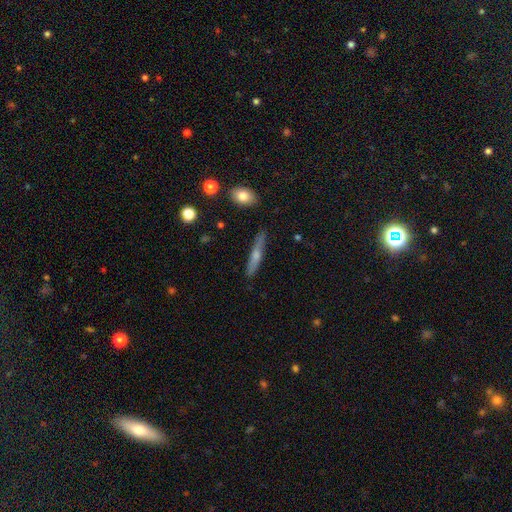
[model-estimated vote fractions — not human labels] Smooth or featured: smooth — 49% (featured or disk — 44%)
Merging: none — 86% (minor disturbance — 10%)